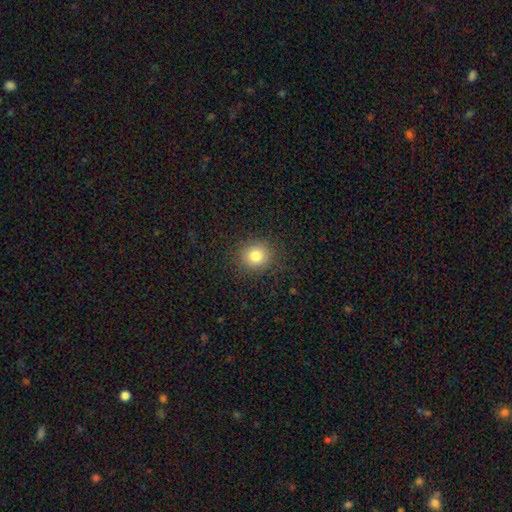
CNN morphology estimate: Smooth or featured? smooth (80%)
How rounded? round (88%)
Merging? none (89%)